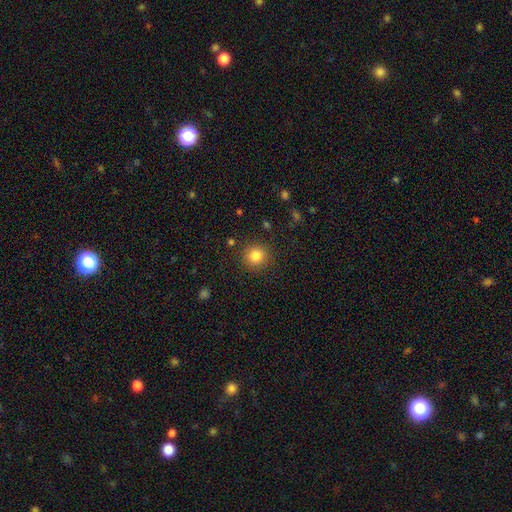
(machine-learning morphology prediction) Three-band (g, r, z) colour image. It shows a smooth galaxy with no disk features (83%) that is round (92%). Merging: none (89%).